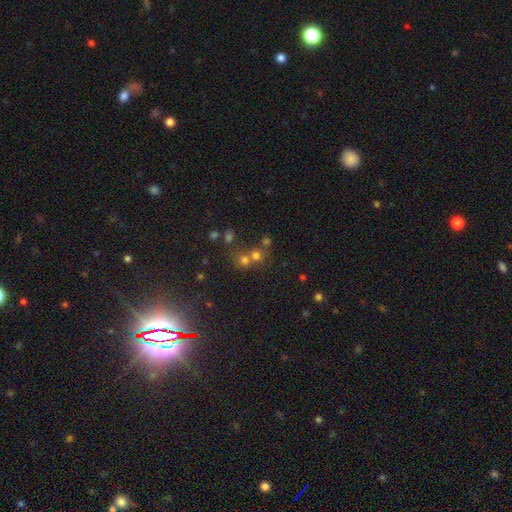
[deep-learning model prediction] Morphology: type=smooth (63%); roundness=round (85%); merging=none (46%).